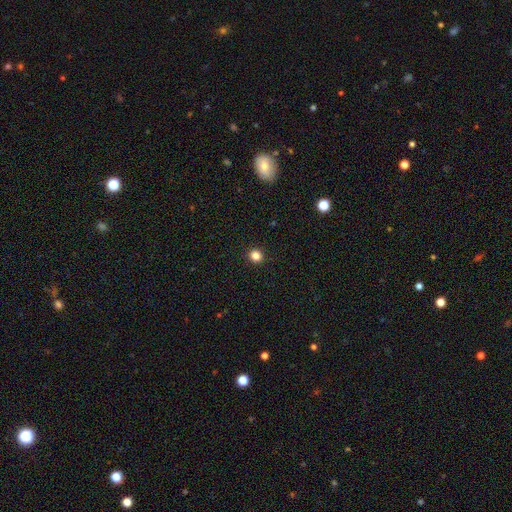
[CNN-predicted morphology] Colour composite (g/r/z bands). It shows a smooth galaxy with no disk features (84%) that is round (91%). Merging: none (93%).